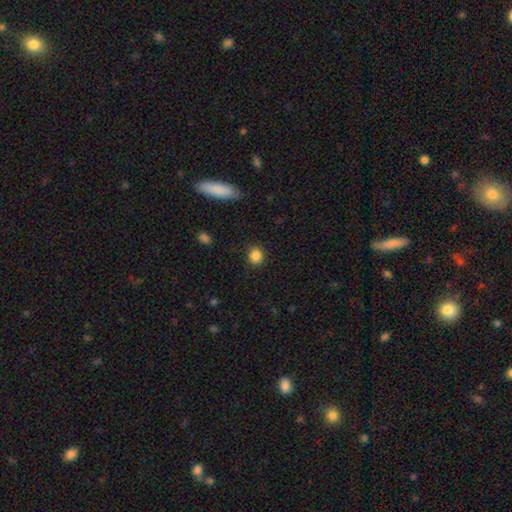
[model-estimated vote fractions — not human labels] The model was most divided on "how rounded": round: 80%, in between: 19%, cigar-shaped: 1%. More confident: smooth or featured — smooth (86%); merging — none (86%).